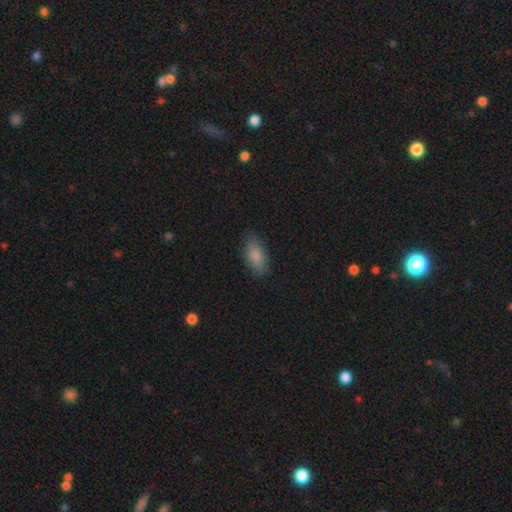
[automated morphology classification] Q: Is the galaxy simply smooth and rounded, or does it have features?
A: smooth — 84%.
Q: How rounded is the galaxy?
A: in between — 88%.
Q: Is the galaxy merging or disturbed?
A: none — 82%.